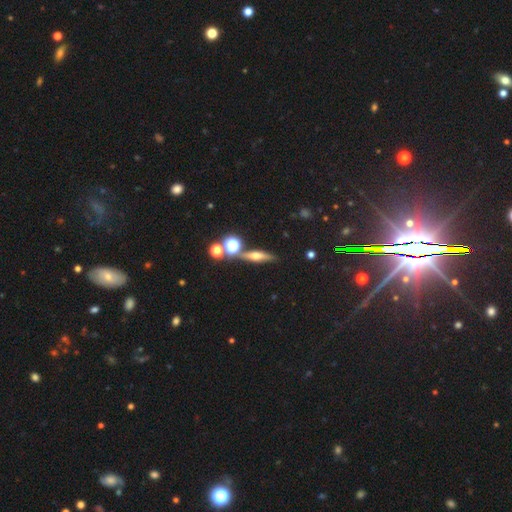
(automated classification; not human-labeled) Morphology: type=featured or disk (52%); edge-on=yes (91%); merging=none (78%).